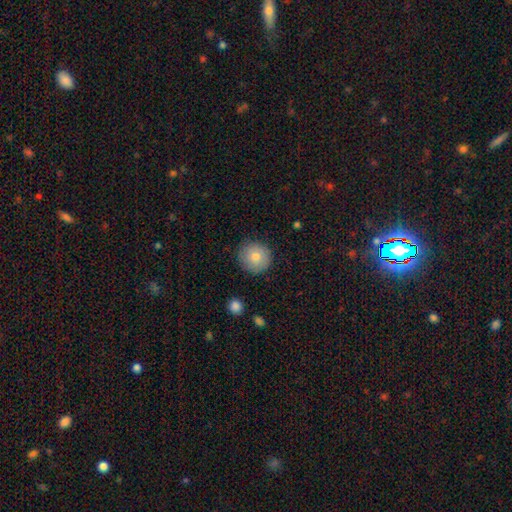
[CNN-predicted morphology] smooth 81%, featured or disk 11%, star or artifact 8%. Down the decision tree: how rounded — round (93%); merging — none (88%).